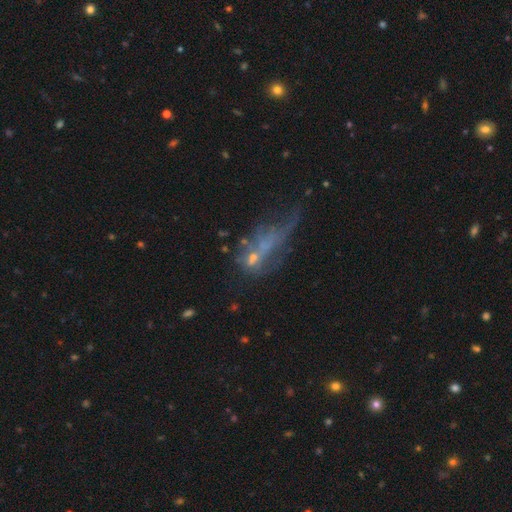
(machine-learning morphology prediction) Overall: featured or disk (48%; smooth 30%). Merging: major disturbance (41%; none 25%).